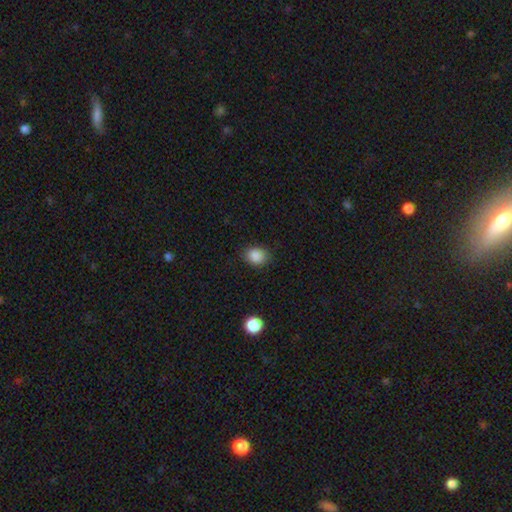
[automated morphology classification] The model was most divided on "how rounded": round: 53%, in between: 46%, cigar-shaped: 1%. More confident: smooth or featured — smooth (87%); merging — none (83%).